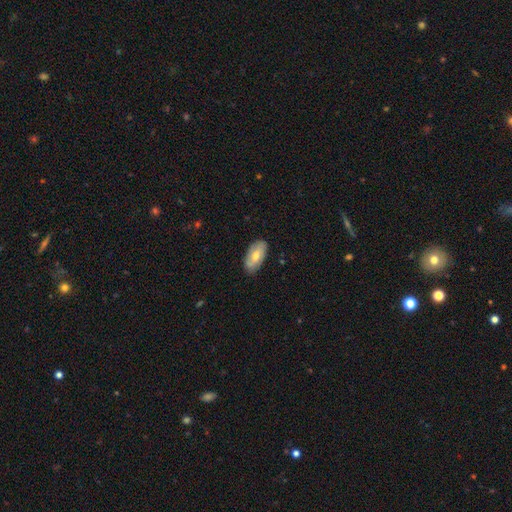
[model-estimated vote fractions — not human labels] A smooth galaxy with no disk features (57%) that is in between round and cigar-shaped (92%). Merging: none (83%).